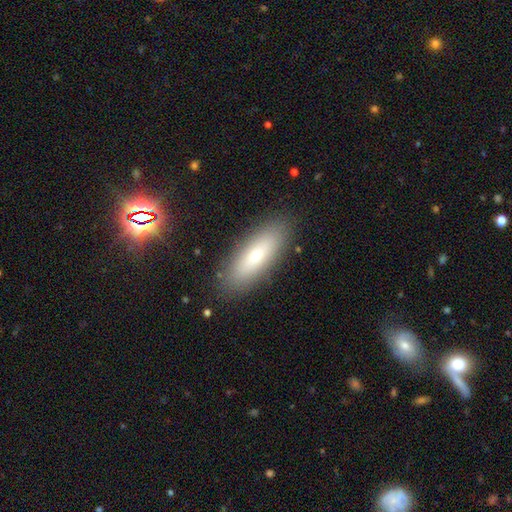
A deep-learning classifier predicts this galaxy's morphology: smooth_or_featured: smooth (p=0.68) [alt: featured or disk p=0.23]
how_rounded: in between (p=0.61) [alt: cigar-shaped p=0.36]
merging: none (p=0.87) [alt: minor disturbance p=0.09]